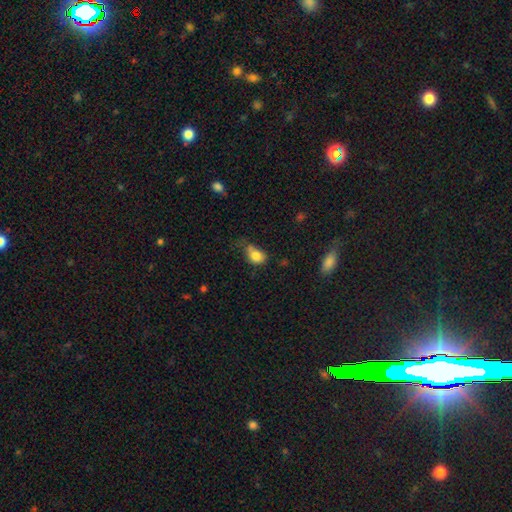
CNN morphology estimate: The model was most divided on "merging": none: 36%, minor disturbance: 33%, major disturbance: 19%, merger: 12%. More confident: smooth or featured — smooth (81%); how rounded — in between (65%).